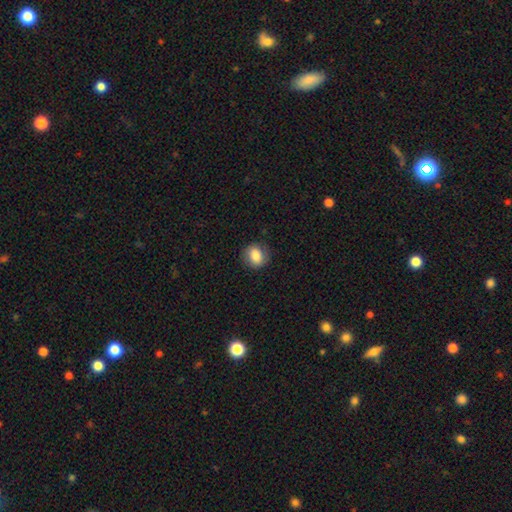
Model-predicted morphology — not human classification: The model was most divided on "how rounded": round: 67%, in between: 32%, cigar-shaped: 1%. More confident: merging — none (84%); smooth or featured — smooth (82%).